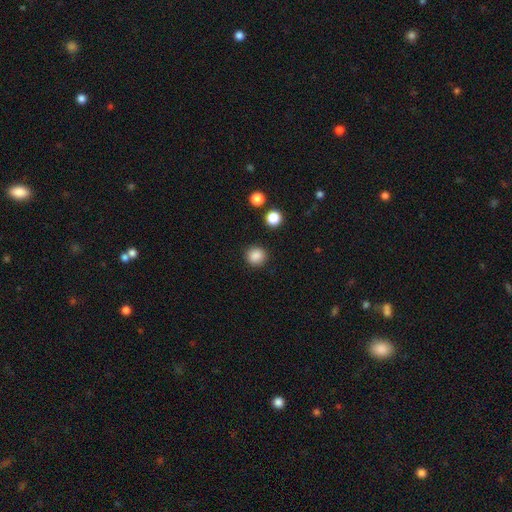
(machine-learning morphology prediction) smooth-or-featured: smooth: 87% | star or artifact: 10% | featured or disk: 3%
  how-rounded: round: 92% | in between: 7% | cigar-shaped: 1%
  merging: none: 90% | minor disturbance: 6% | major disturbance: 2% | merger: 1%